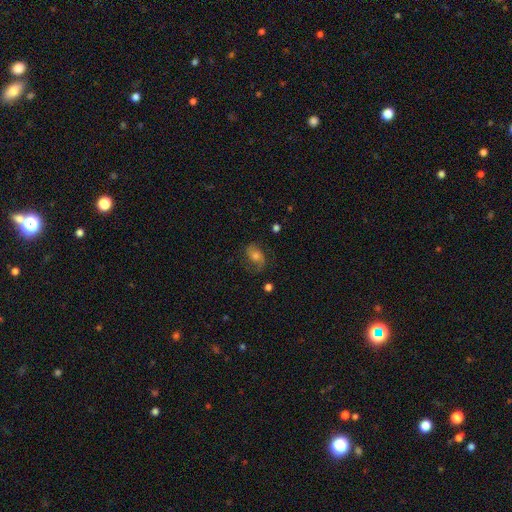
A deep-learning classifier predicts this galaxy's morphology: Smooth or featured? Predicted: featured or disk (p=0.50). Edge-on disk? Predicted: no (p=0.96). Merging? Predicted: none (p=0.68).